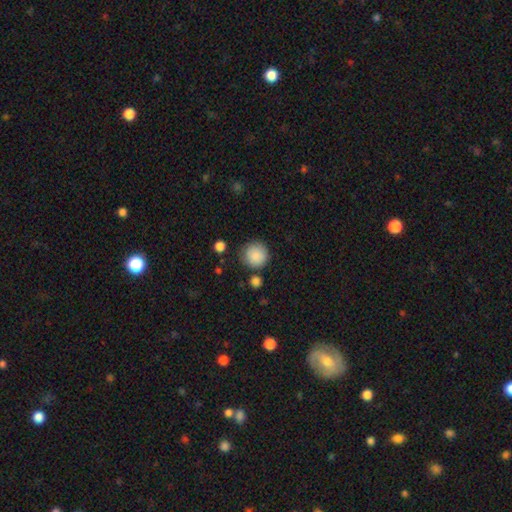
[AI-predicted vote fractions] Smooth or featured: smooth — 88% (star or artifact — 8%)
How rounded: round — 94% (in between — 5%)
Merging: none — 80% (minor disturbance — 12%)